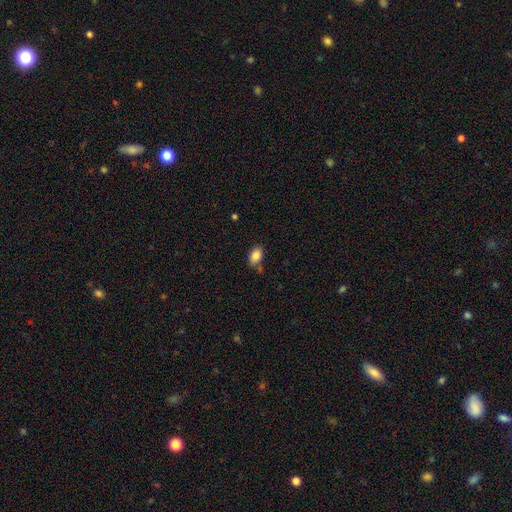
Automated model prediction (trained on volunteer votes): Smooth or featured? smooth (86%)
How rounded? in between (88%)
Merging? none (73%)